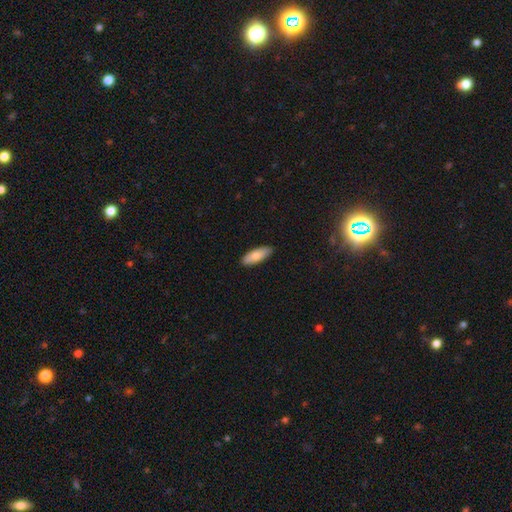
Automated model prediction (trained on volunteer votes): smooth 82%, featured or disk 13%, star or artifact 5%. Down the decision tree: how rounded — in between (64%); merging — none (88%).